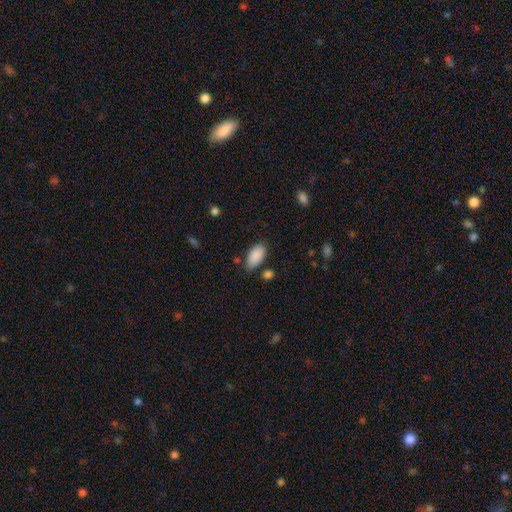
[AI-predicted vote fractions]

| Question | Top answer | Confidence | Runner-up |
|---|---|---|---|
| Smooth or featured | smooth | 89% | star or artifact (7%) |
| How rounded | in between | 94% | cigar-shaped (3%) |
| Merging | none | 75% | minor disturbance (17%) |